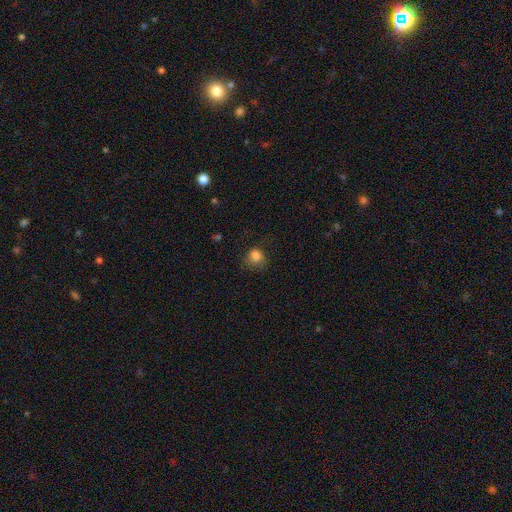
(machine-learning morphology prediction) smooth-or-featured: smooth: 81% | star or artifact: 12% | featured or disk: 7%
  how-rounded: round: 69% | in between: 30% | cigar-shaped: 1%
  merging: none: 54% | minor disturbance: 27% | major disturbance: 17% | merger: 2%